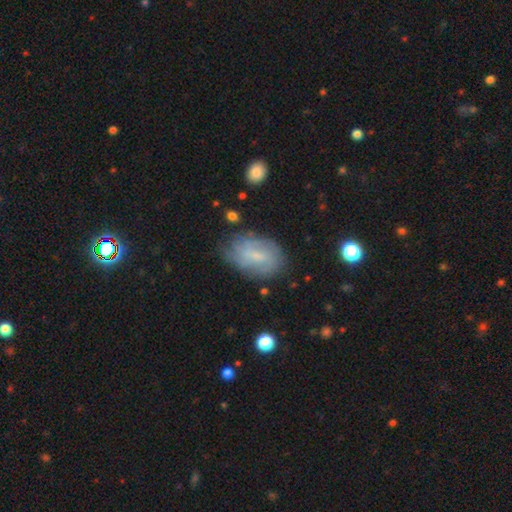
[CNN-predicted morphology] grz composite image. It shows a featured or disk galaxy (53%) with a weak bar (54%), spiral arms (72%) and a small central bulge (65%). Merging: none (66%).